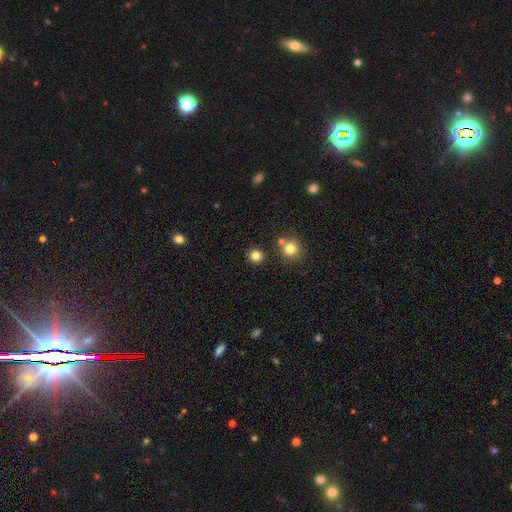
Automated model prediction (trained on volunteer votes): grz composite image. It shows a smooth galaxy with no disk features (81%) that is round (91%). Merging: none (87%).